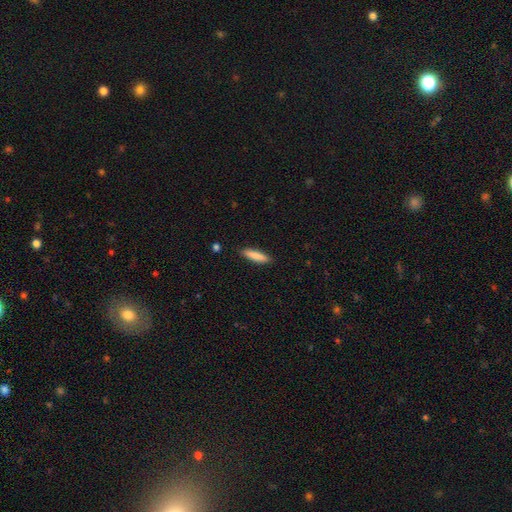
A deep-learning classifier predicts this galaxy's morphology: Smooth or featured? Predicted: smooth (p=0.85). How rounded? Predicted: cigar-shaped (p=0.76). Merging? Predicted: none (p=0.89).